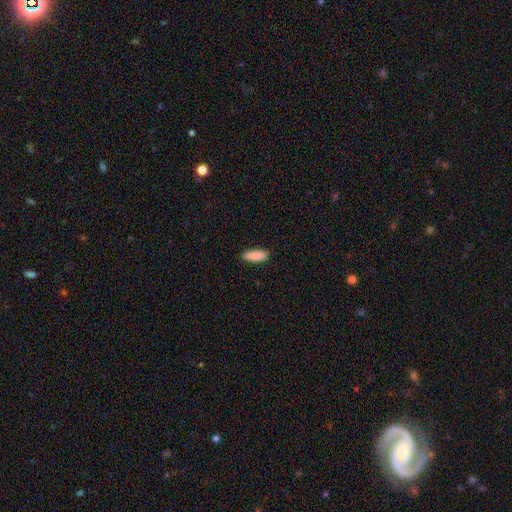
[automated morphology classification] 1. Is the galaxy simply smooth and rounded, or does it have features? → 88% smooth, 6% featured or disk, 6% star or artifact.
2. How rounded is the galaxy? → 71% in between, 27% cigar-shaped, 2% round.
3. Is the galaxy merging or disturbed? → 88% none, 9% minor disturbance, 2% major disturbance, 1% merger.